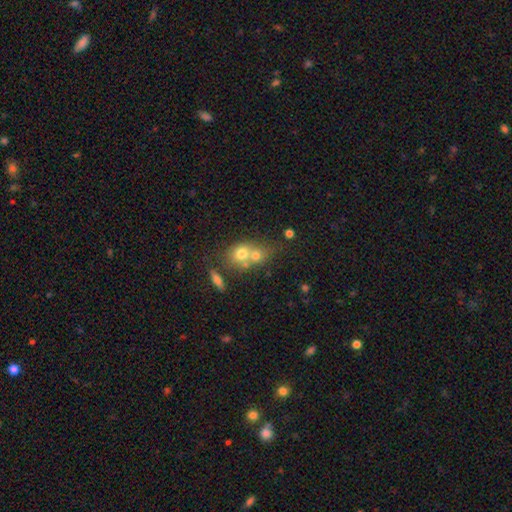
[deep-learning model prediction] smooth_or_featured: smooth (p=0.67) [alt: featured or disk p=0.21]
how_rounded: round (p=0.62) [alt: in between p=0.36]
merging: merger (p=0.64) [alt: none p=0.26]